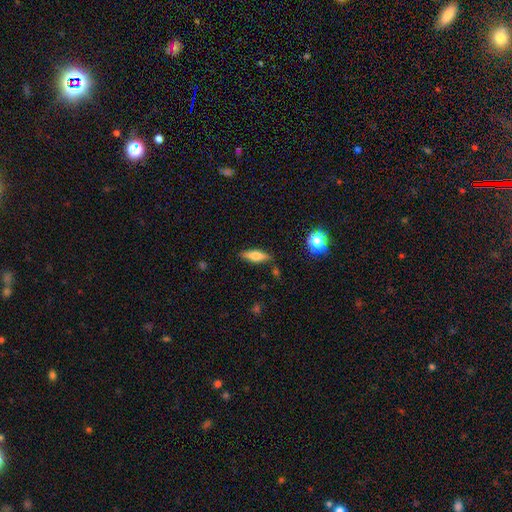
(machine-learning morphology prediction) Smooth or featured: smooth — 60% (featured or disk — 32%)
How rounded: cigar-shaped — 53% (in between — 44%)
Merging: none — 82% (minor disturbance — 12%)